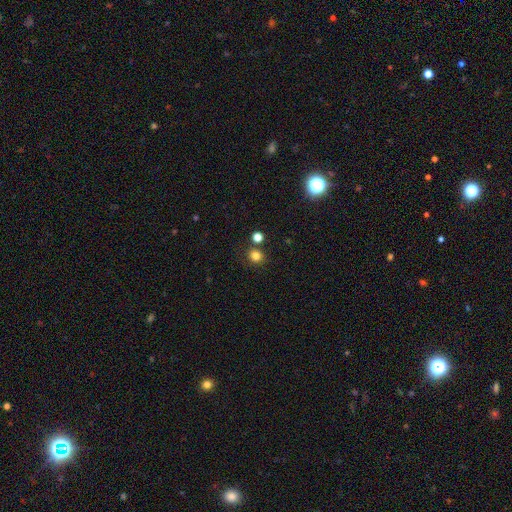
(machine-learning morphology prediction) smooth_or_featured: smooth (p=0.80) [alt: star or artifact p=0.15]
how_rounded: round (p=0.86) [alt: in between p=0.13]
merging: none (p=0.78) [alt: merger p=0.10]